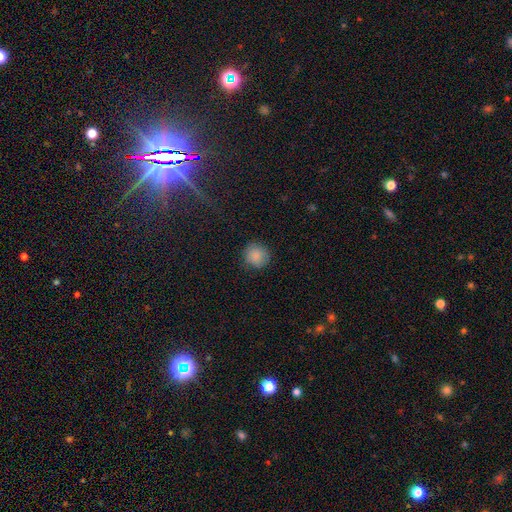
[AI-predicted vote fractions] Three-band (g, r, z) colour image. It shows a smooth galaxy with no disk features (87%) that is round (90%). Merging: none (84%).